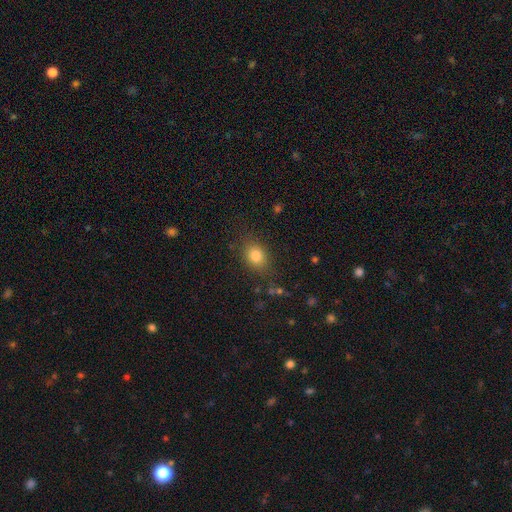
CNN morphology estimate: Smooth or featured? smooth (81%)
How rounded? in between (54%)
Merging? none (80%)